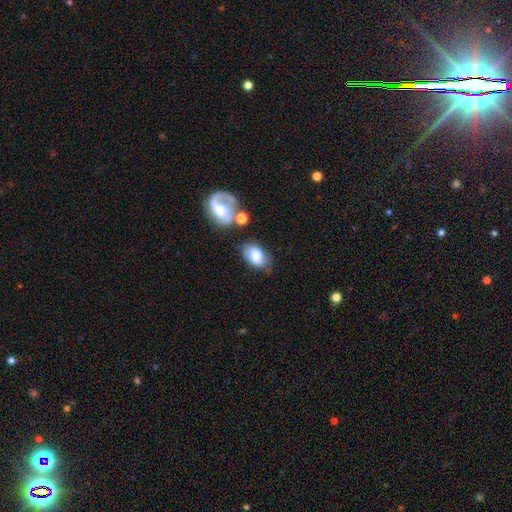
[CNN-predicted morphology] Smooth or featured: smooth — 71% (featured or disk — 20%)
How rounded: in between — 84% (round — 15%)
Merging: none — 49% (minor disturbance — 26%)